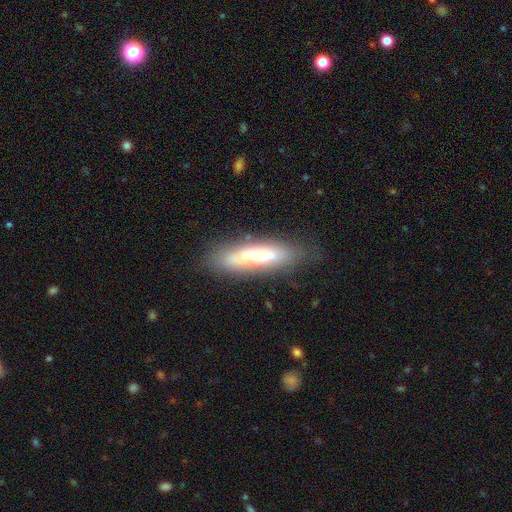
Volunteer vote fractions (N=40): Smooth or featured?
  - featured or disk: 75% *
  - smooth: 20%
  - star or artifact: 5%
Edge-on disk?
  - no: 57% *
  - yes: 43%
Bar?
  - no: 65% *
  - weak: 29%
  - strong: 6%
Spiral arms?
  - yes: 59% *
  - no: 41%
Spiral winding?
  - tight: 60% *
  - medium: 30%
  - loose: 10%
Spiral arm count?
  - can't tell: 90% *
  - 2: 10%
  - 1: 0%
  - 3: 0%
  - 4: 0%
  - more than 4: 0%
Bulge size?
  - small: 41% *
  - moderate: 35%
  - none: 12%
  - dominant: 6%
  - large: 6%
Merging?
  - none: 66% *
  - minor disturbance: 29%
  - major disturbance: 5%
  - merger: 0%